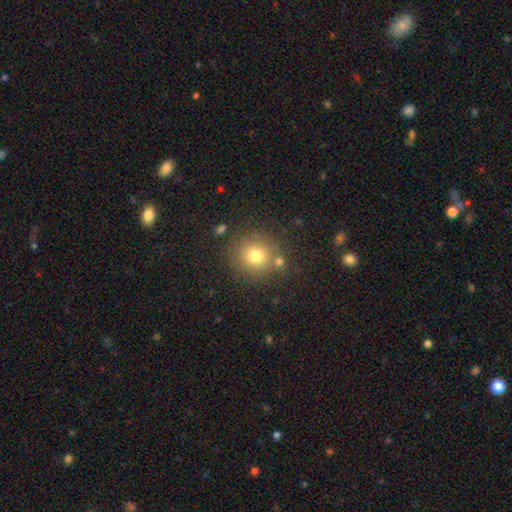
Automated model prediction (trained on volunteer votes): This appears to be a smooth galaxy with no disk features (75%) that is round (91%). Merging: none (76%).